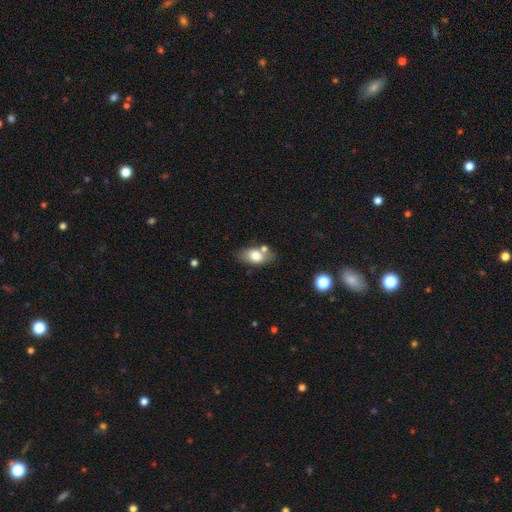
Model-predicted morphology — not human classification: type=smooth (76%); roundness=in between (88%); merging=none (65%).